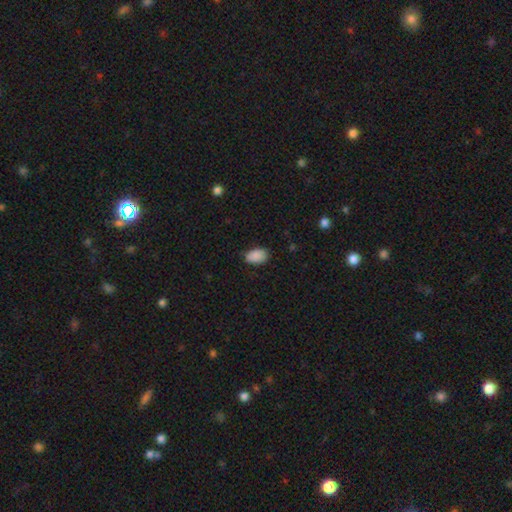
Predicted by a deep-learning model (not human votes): A smooth galaxy with no disk features (88%) that is in between round and cigar-shaped (90%). Merging: none (76%).